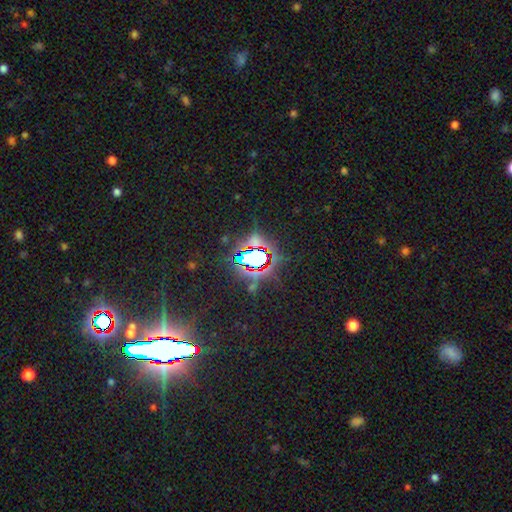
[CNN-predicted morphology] smooth-or-featured: star or artifact: 75% | smooth: 15% | featured or disk: 10%